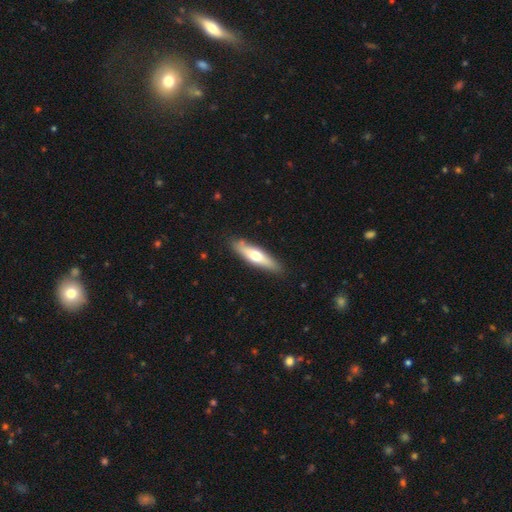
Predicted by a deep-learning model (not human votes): This appears to be a smooth galaxy with no disk features (53%) that is cigar-shaped (71%). Merging: none (86%).